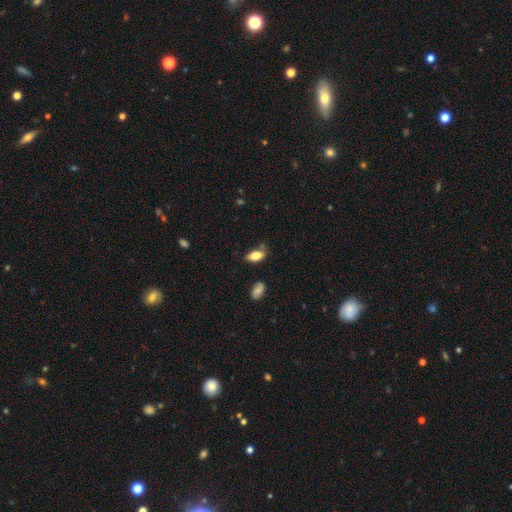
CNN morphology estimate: type=smooth (81%); roundness=in between (90%); merging=none (62%).